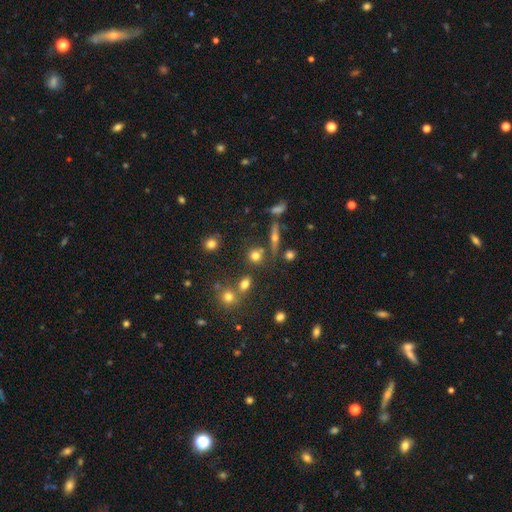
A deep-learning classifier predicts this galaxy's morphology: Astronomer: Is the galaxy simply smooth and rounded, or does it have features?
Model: smooth — 69%.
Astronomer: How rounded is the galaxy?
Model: round — 78%.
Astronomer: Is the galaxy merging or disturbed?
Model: none — 70%.